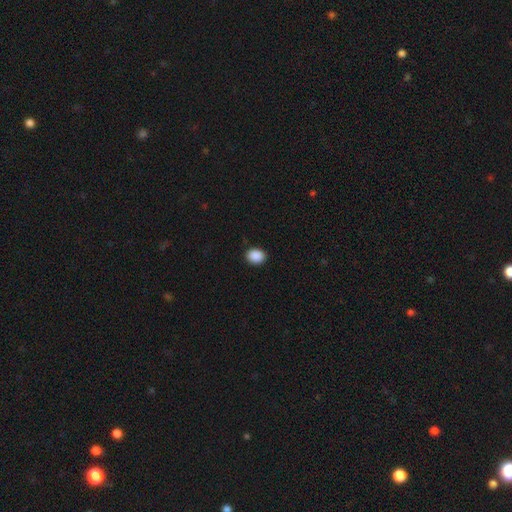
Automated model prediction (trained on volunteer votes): Smooth or featured: smooth — 90% (star or artifact — 8%)
How rounded: in between — 52% (round — 48%)
Merging: none — 90% (minor disturbance — 7%)